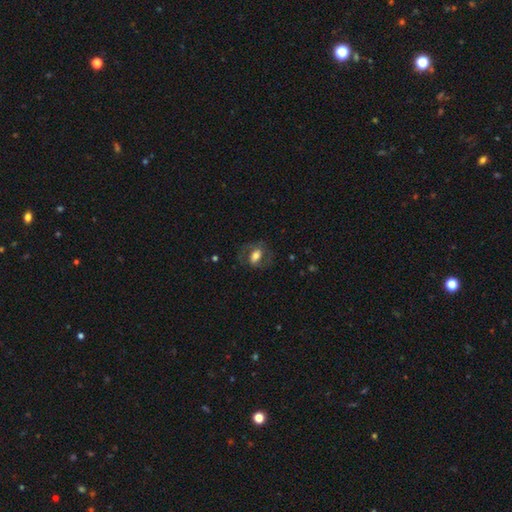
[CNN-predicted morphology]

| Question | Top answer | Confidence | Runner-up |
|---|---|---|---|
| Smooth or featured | smooth | 48% | featured or disk (44%) |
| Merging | none | 64% | minor disturbance (18%) |